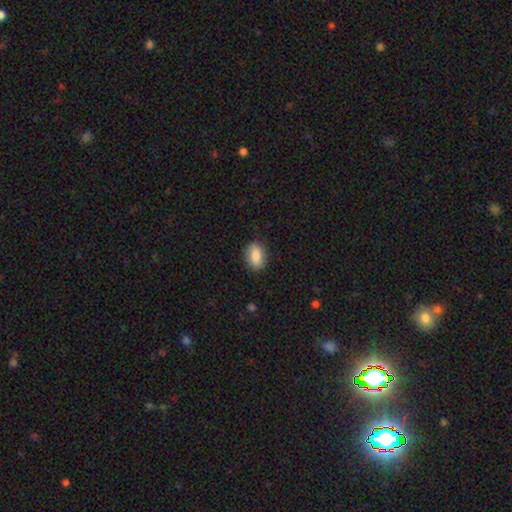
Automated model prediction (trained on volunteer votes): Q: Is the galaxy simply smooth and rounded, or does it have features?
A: smooth — 86%.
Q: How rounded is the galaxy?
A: in between — 85%.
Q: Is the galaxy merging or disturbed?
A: none — 85%.